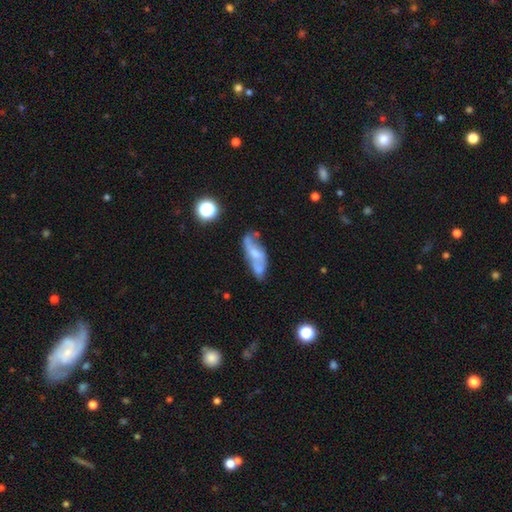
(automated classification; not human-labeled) A featured or disk galaxy (57%). Merging: none (43%).